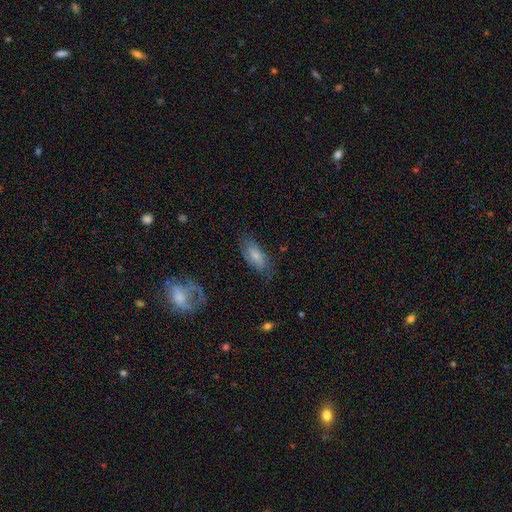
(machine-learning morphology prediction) Q: Smooth or featured?
A: smooth (60%); runner-up: featured or disk (32%)
Q: How rounded?
A: in between (85%); runner-up: cigar-shaped (12%)
Q: Merging?
A: none (66%); runner-up: minor disturbance (23%)